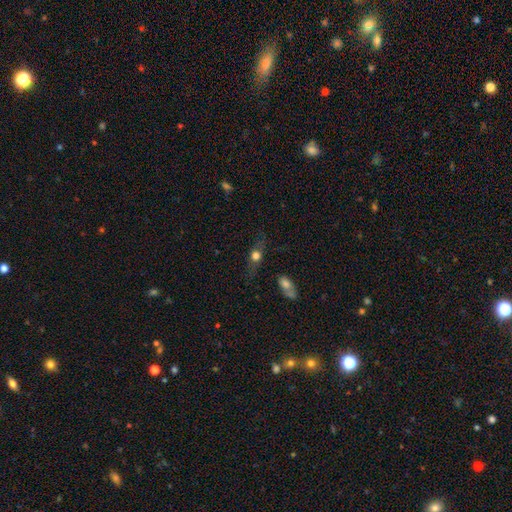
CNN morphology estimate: A smooth galaxy with no disk features (48%).

Vote fractions:
- Smooth or featured? smooth: 48% / featured or disk: 38% / star or artifact: 14%
- Merging? none: 70% / minor disturbance: 16% / major disturbance: 7% / merger: 6%